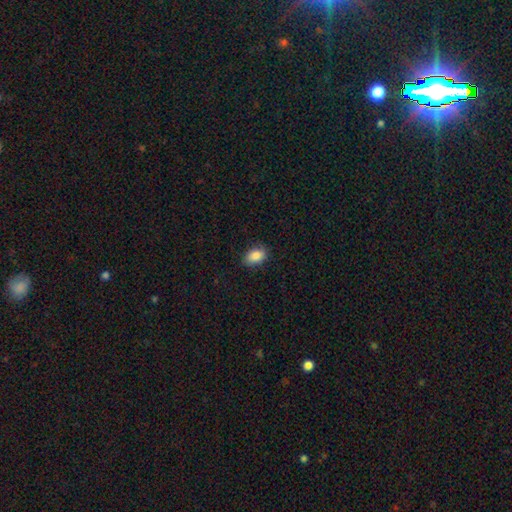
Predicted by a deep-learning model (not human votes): Q: Smooth or featured?
A: smooth (87%); runner-up: star or artifact (8%)
Q: How rounded?
A: in between (86%); runner-up: round (13%)
Q: Merging?
A: none (84%); runner-up: minor disturbance (12%)